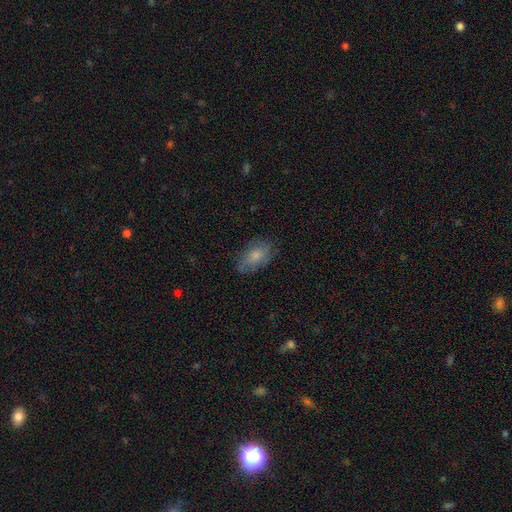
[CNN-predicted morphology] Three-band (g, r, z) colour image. It shows a smooth galaxy with no disk features (75%) that is in between round and cigar-shaped (90%). Merging: none (70%).